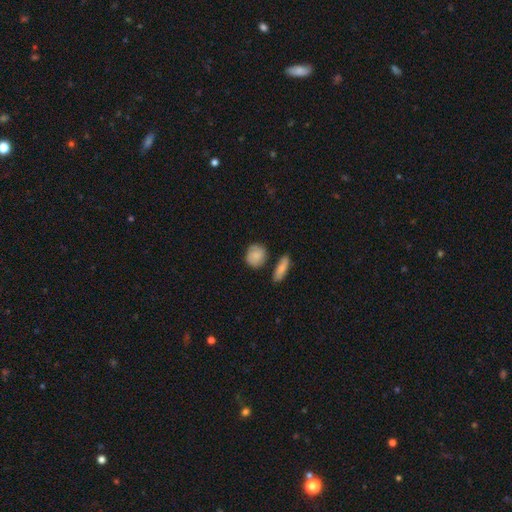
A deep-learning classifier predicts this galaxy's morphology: type=smooth (77%); roundness=round (70%); merging=none (68%).